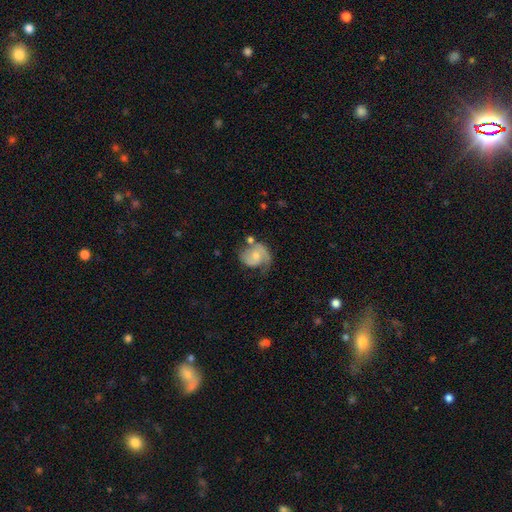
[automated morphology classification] smooth-or-featured: featured or disk: 69% | smooth: 25% | star or artifact: 7%
  disk-edge-on: no: 98% | yes: 2%
    bar: no: 61% | weak: 34% | strong: 5%
    has-spiral-arms: yes: 90% | no: 10%
      spiral-winding: medium: 45% | tight: 30% | loose: 25%
      spiral-arm-count: 2: 60% | 1: 27% | can't tell: 9% | 3: 2% | 4: 1% | more than 4: 1%
    bulge-size: moderate: 45% | small: 40% | none: 9% | large: 4% | dominant: 1%
  merging: none: 47% | minor disturbance: 27% | major disturbance: 19% | merger: 8%